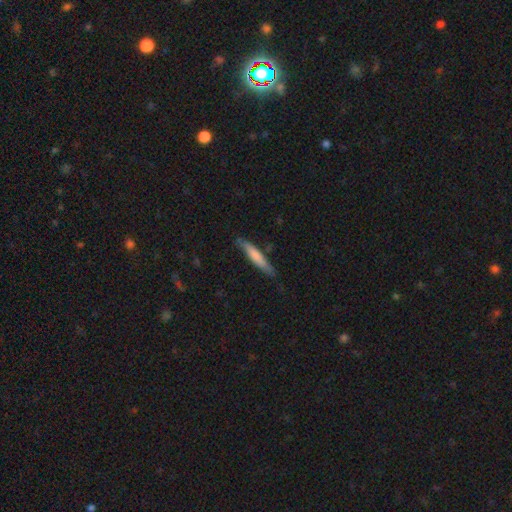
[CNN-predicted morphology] Q: Smooth or featured?
A: smooth (69%); runner-up: featured or disk (26%)
Q: How rounded?
A: cigar-shaped (92%); runner-up: in between (7%)
Q: Merging?
A: none (80%); runner-up: minor disturbance (16%)